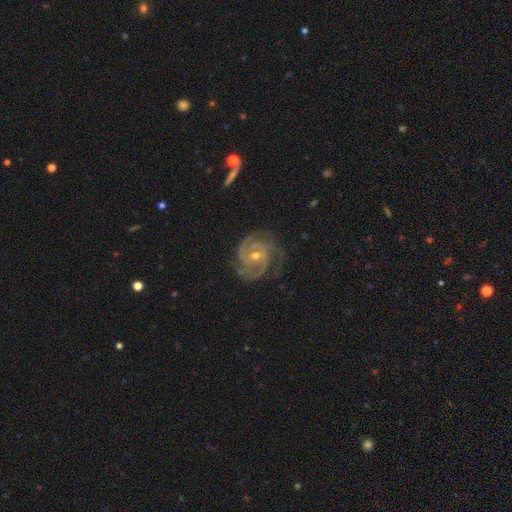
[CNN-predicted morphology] Smooth or featured? featured or disk (91%)
Edge-on disk? no (98%)
Bar? no (63%)
Spiral arms? yes (98%)
Spiral winding? tight (64%)
Spiral arm count? 3 (41%)
Bulge size? small (52%)
Merging? none (72%)